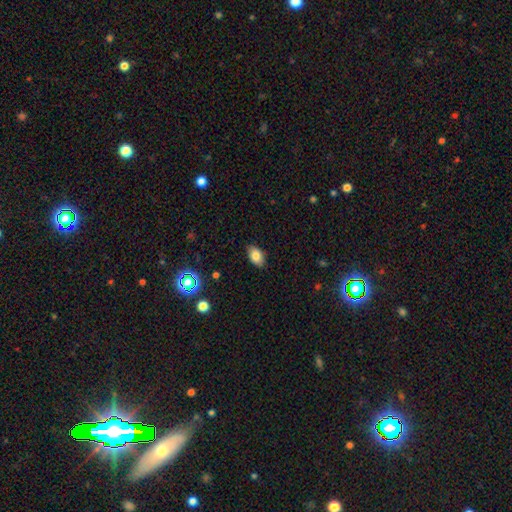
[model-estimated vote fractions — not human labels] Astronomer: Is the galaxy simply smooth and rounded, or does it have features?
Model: smooth — 82%.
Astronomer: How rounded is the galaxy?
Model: in between — 90%.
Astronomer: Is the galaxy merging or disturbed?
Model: none — 86%.